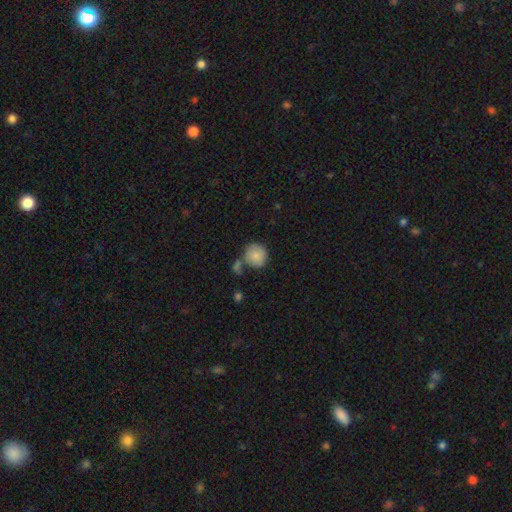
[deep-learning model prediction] Smooth or featured? Predicted: smooth (p=0.83). How rounded? Predicted: round (p=0.89). Merging? Predicted: none (p=0.53).